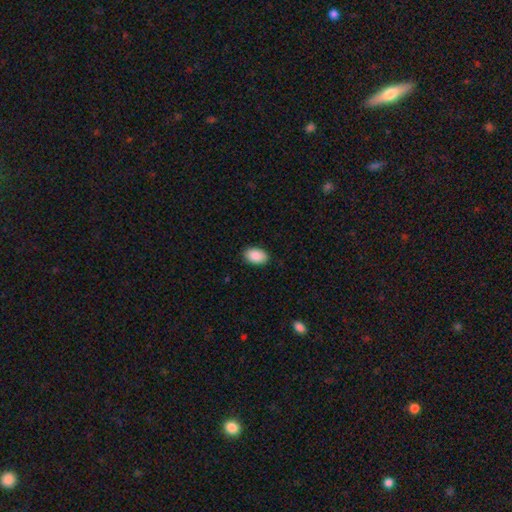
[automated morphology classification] Smooth or featured: smooth — 89% (star or artifact — 7%)
How rounded: in between — 92% (round — 7%)
Merging: none — 88% (minor disturbance — 9%)